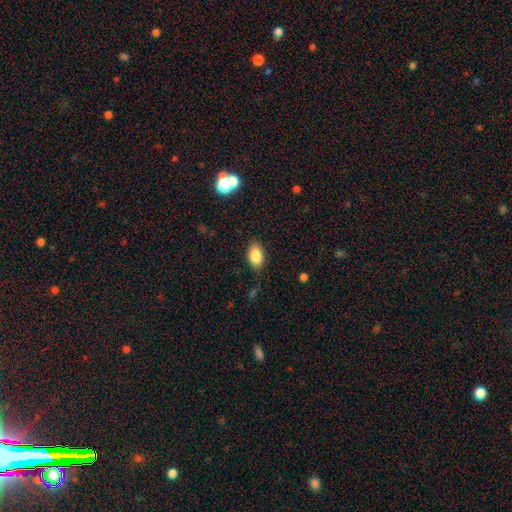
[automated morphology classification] The model was most divided on "merging": none: 85%, minor disturbance: 11%, major disturbance: 3%, merger: 1%. More confident: how rounded — in between (90%); smooth or featured — smooth (85%).